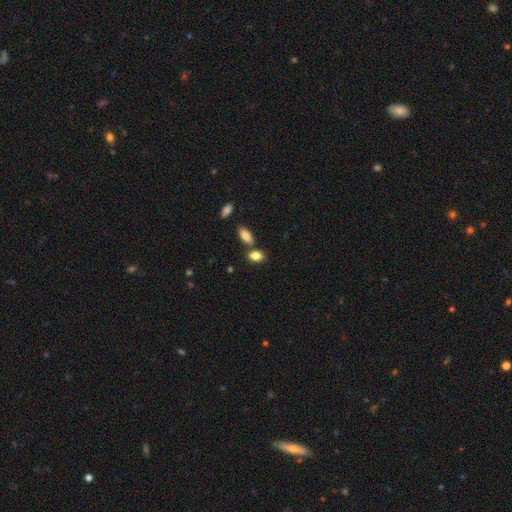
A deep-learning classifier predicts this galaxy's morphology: A smooth galaxy with no disk features (85%) that is in between round and cigar-shaped (87%).

Vote fractions:
- Smooth or featured? smooth: 85% / star or artifact: 8% / featured or disk: 7%
- How rounded? in between: 87% / round: 10% / cigar-shaped: 3%
- Merging? none: 64% / merger: 21% / minor disturbance: 12% / major disturbance: 3%